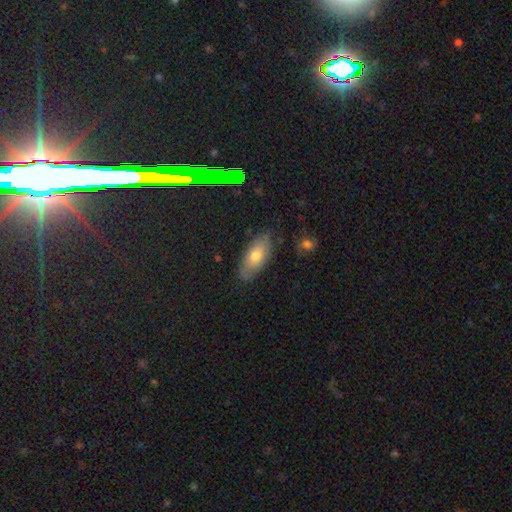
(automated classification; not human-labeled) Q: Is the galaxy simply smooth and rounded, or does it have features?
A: smooth — 67%.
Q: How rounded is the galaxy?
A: in between — 81%.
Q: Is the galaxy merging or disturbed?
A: none — 80%.